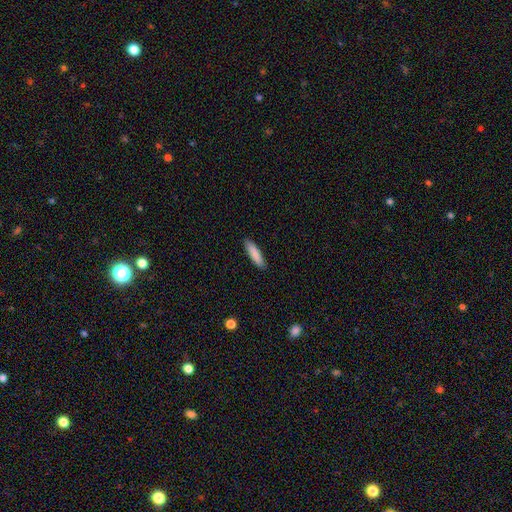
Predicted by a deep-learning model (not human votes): This is clearly a smooth galaxy (86%). How rounded: likely cigar-shaped (78%). Merging: clearly none (90%).